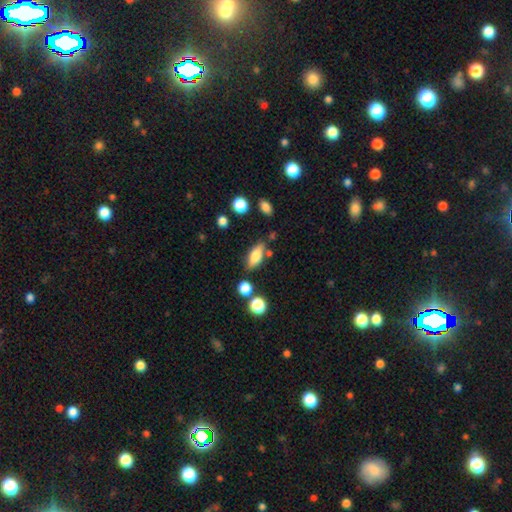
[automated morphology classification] Smooth or featured: smooth — 72% (featured or disk — 20%)
How rounded: in between — 76% (cigar-shaped — 20%)
Merging: none — 73% (minor disturbance — 16%)